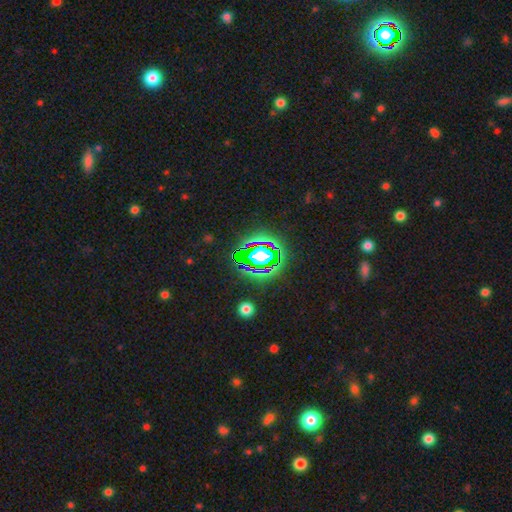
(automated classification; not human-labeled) Q: Smooth or featured?
A: star or artifact (80%); runner-up: smooth (13%)